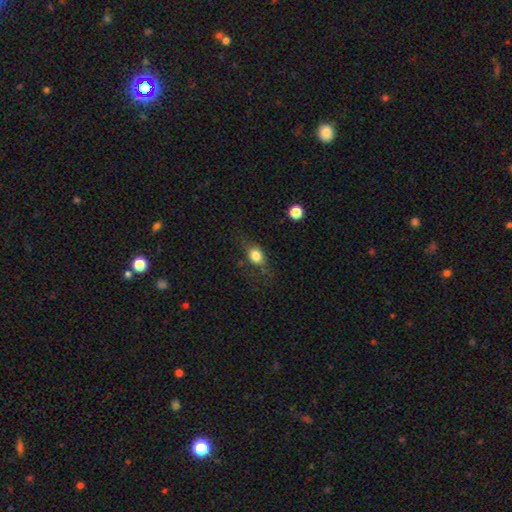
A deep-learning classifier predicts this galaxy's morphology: A smooth galaxy with no disk features (77%) that is in between round and cigar-shaped (53%). Merging: none (63%).